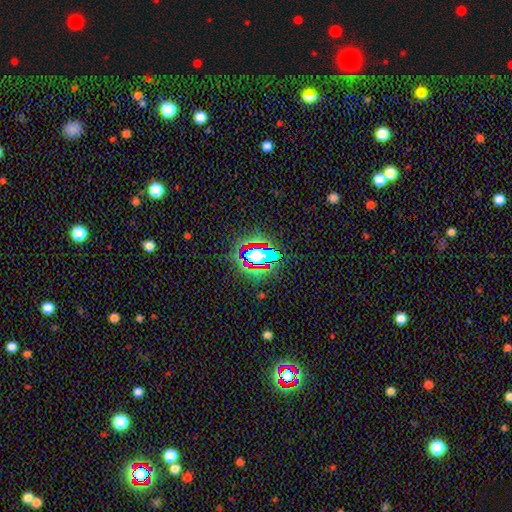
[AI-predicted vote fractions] Smooth or featured? Predicted: star or artifact (p=0.53).